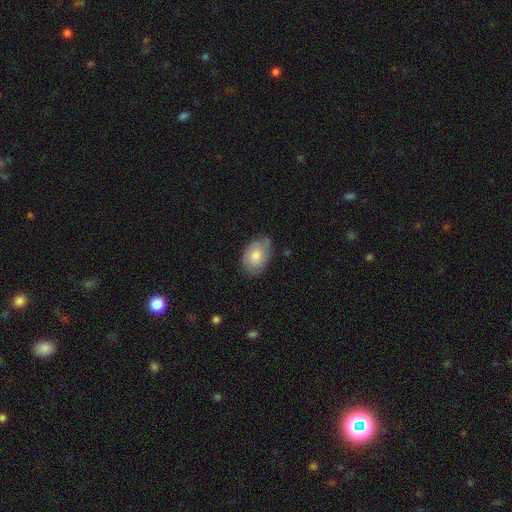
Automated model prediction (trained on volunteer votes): This appears to be a smooth galaxy with no disk features (74%) that is in between round and cigar-shaped (86%). Merging: none (66%).